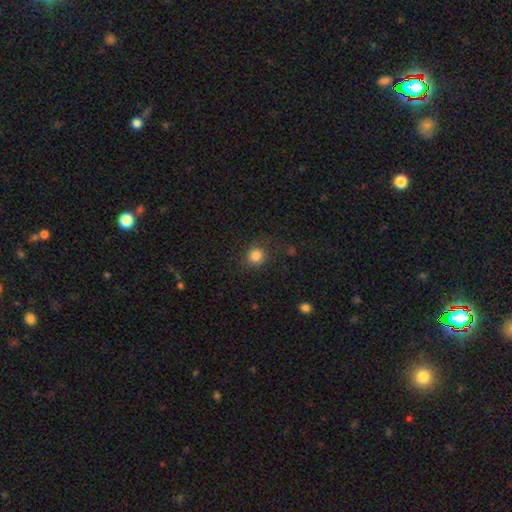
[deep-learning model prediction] Smooth or featured? Predicted: smooth (p=0.84). How rounded? Predicted: round (p=0.89). Merging? Predicted: none (p=0.84).